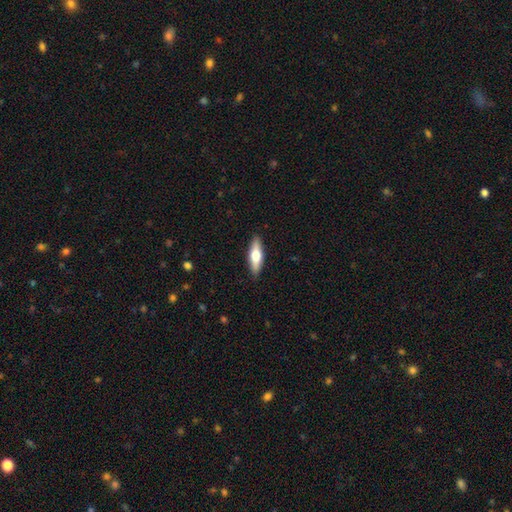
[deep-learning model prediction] Overall: smooth (55%; featured or disk 39%). How rounded: in between (50%; cigar-shaped 48%). Merging: none (89%).